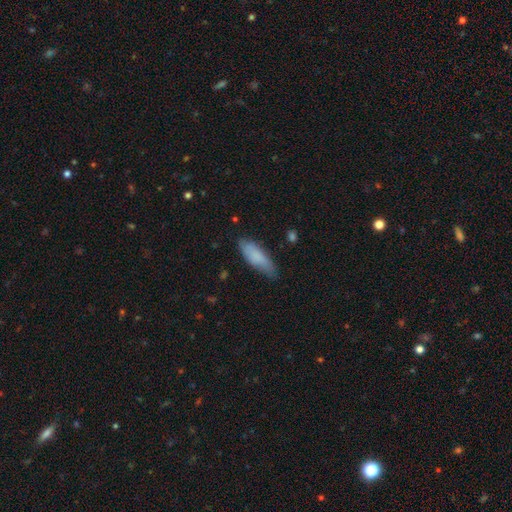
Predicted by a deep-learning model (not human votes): Smooth or featured: smooth — 81% (featured or disk — 13%)
How rounded: in between — 56% (cigar-shaped — 42%)
Merging: none — 72% (minor disturbance — 22%)